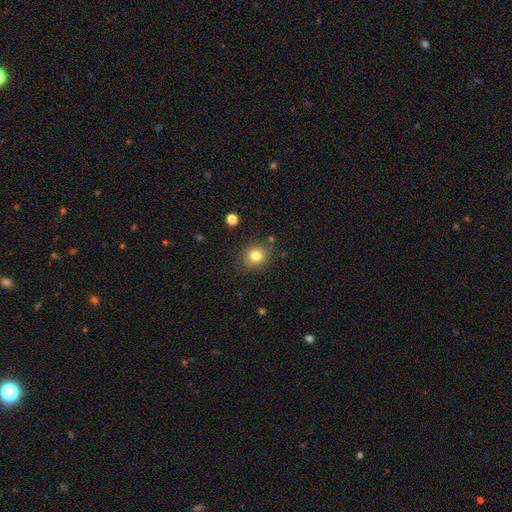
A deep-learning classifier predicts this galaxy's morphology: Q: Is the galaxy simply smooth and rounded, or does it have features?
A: smooth — 81%.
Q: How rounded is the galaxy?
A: round — 78%.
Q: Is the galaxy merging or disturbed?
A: none — 84%.